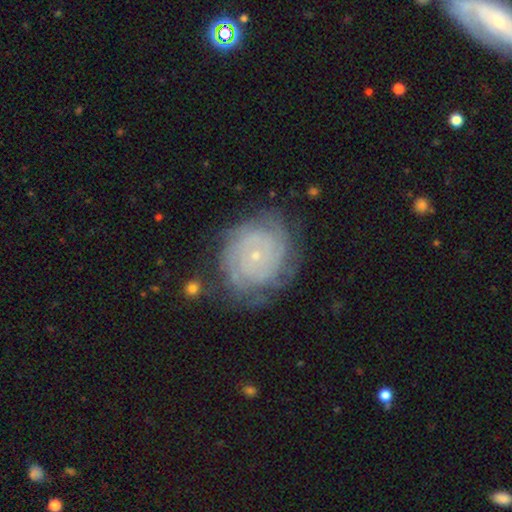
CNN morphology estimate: smooth-or-featured: featured or disk: 80% | smooth: 13% | star or artifact: 7%
  disk-edge-on: no: 98% | yes: 2%
    bar: no: 84% | weak: 12% | strong: 3%
    has-spiral-arms: yes: 93% | no: 7%
      spiral-winding: tight: 84% | medium: 13% | loose: 3%
      spiral-arm-count: can't tell: 40% | 4: 16% | 3: 15% | 2: 14% | more than 4: 9% | 1: 6%
    bulge-size: small: 87% | moderate: 10% | none: 2% | large: 1% | dominant: 1%
  merging: none: 75% | minor disturbance: 16% | major disturbance: 7% | merger: 2%